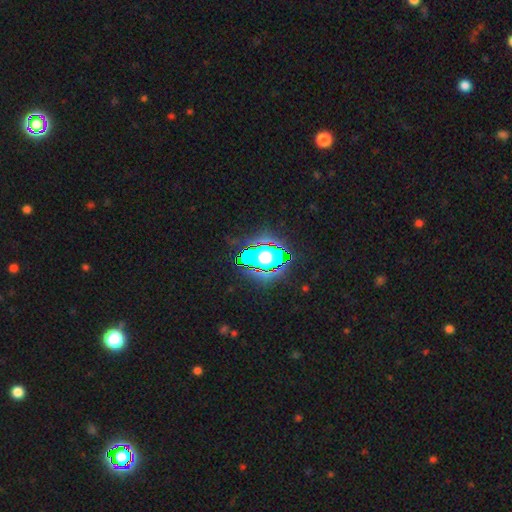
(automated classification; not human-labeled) Smooth or featured: star or artifact — 63% (smooth — 20%)